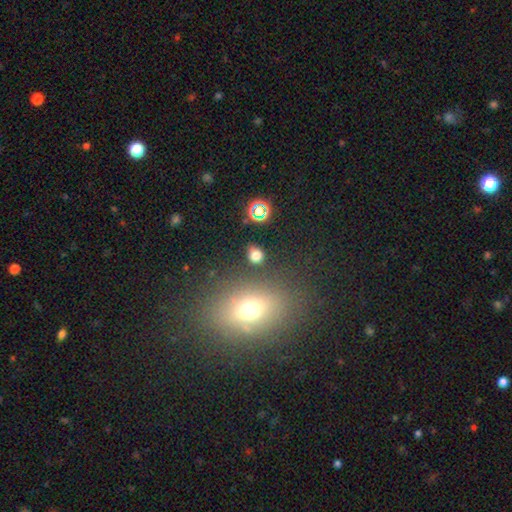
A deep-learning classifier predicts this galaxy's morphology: smooth_or_featured: smooth (p=0.74) [alt: star or artifact p=0.18]
how_rounded: round (p=0.55) [alt: in between p=0.42]
merging: none (p=0.82) [alt: minor disturbance p=0.09]